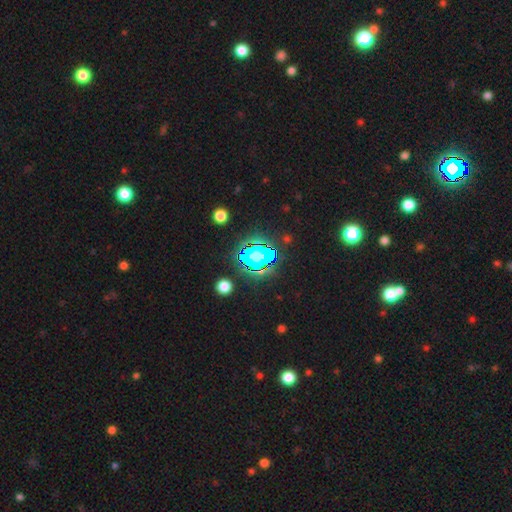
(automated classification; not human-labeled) smooth_or_featured: star or artifact (p=0.55) [alt: smooth p=0.29]